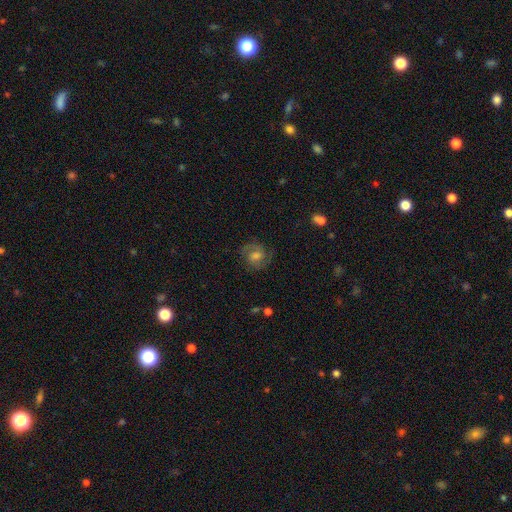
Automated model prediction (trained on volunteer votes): featured or disk 69%, smooth 21%, star or artifact 10%. Down the decision tree: edge-on disk — no (97%); bar — no (47%); spiral arms — yes (93%); spiral arm count — 2 (75%); spiral winding — medium (46%); bulge size — moderate (55%); merging — none (79%).